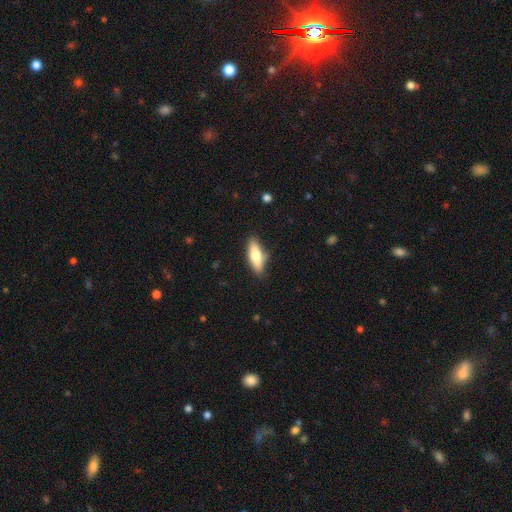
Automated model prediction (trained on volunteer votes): Smooth or featured? Predicted: smooth (p=0.66). How rounded? Predicted: in between (p=0.56). Merging? Predicted: none (p=0.83).